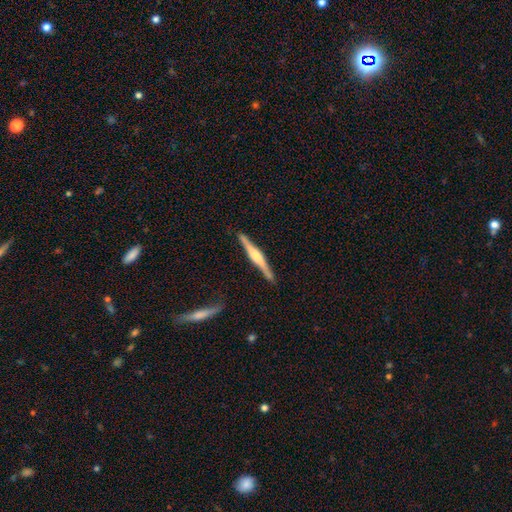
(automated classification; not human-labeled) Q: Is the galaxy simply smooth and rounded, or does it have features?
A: featured or disk — 74%.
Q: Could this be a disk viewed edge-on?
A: yes — 98%.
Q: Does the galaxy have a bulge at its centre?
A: rounded — 60%.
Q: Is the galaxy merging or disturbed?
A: none — 87%.